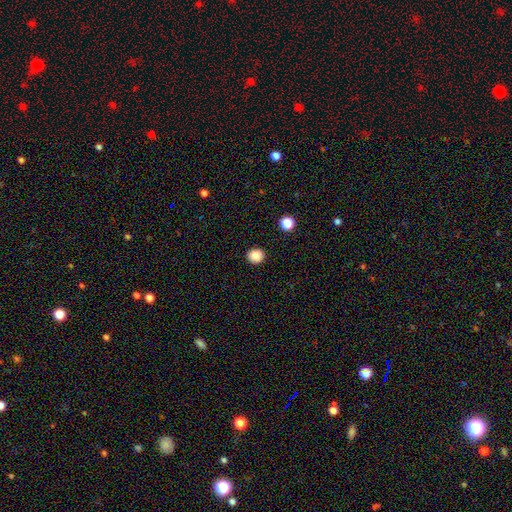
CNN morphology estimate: The model was most divided on "smooth or featured": smooth: 86%, star or artifact: 10%, featured or disk: 4%. More confident: merging — none (92%); how rounded — round (89%).